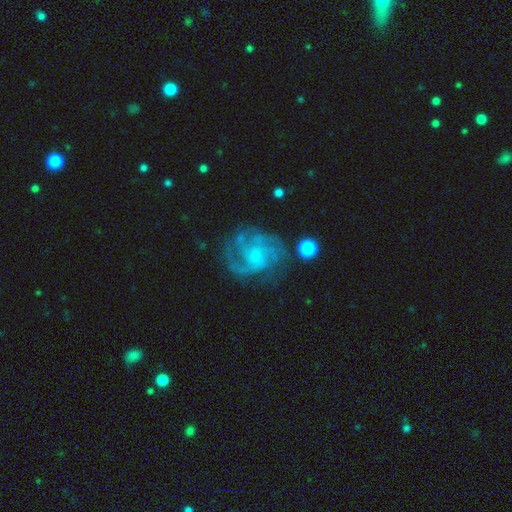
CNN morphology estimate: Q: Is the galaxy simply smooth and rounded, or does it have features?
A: featured or disk — 81%.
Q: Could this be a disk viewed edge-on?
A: no — 98%.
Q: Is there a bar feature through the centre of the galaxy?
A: no — 66%.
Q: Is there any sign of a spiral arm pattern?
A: yes — 92%.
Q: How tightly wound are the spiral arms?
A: medium — 45%.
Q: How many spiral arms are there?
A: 3 — 30%.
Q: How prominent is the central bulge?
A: small — 60%.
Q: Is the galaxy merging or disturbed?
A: none — 63%.